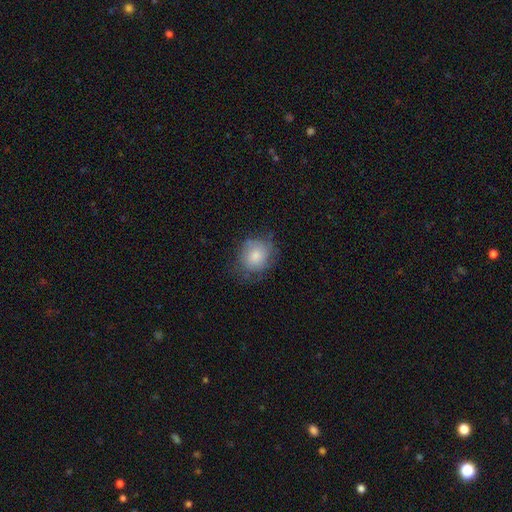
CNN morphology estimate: Overall: smooth (75%). How rounded: round (69%; in between 30%). Merging: none (60%; minor disturbance 27%).